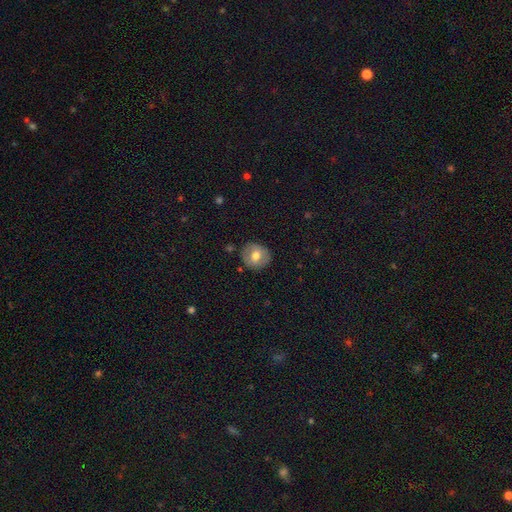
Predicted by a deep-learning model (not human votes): Smooth or featured? smooth (63%)
How rounded? round (85%)
Merging? none (85%)